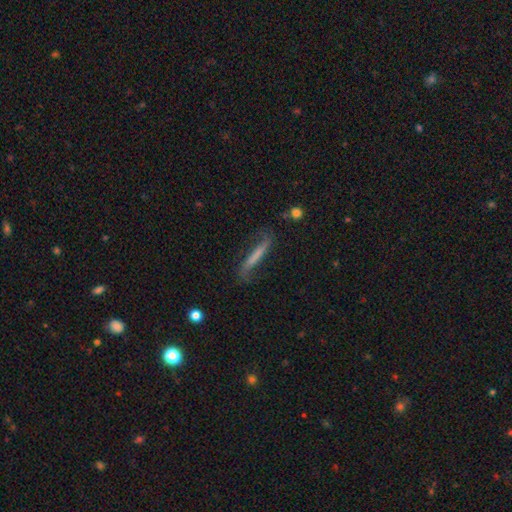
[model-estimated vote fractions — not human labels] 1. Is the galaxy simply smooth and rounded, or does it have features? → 47% smooth, 45% featured or disk, 8% star or artifact.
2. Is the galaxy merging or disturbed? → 61% none, 24% minor disturbance, 12% major disturbance, 3% merger.